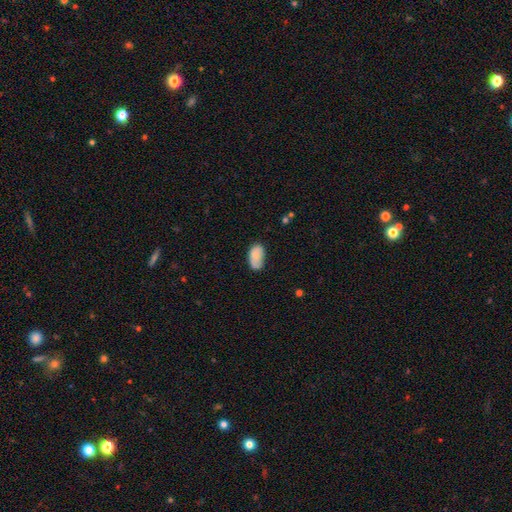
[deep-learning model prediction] Smooth or featured? Predicted: smooth (p=0.82). How rounded? Predicted: in between (p=0.94). Merging? Predicted: none (p=0.63).